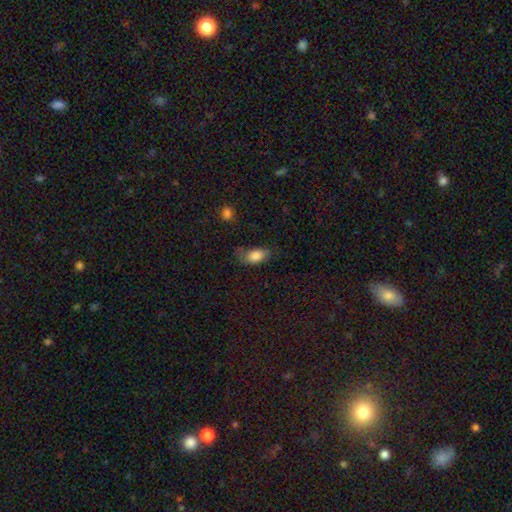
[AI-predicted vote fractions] Morphology: type=smooth (83%); roundness=in between (90%); merging=none (49%).